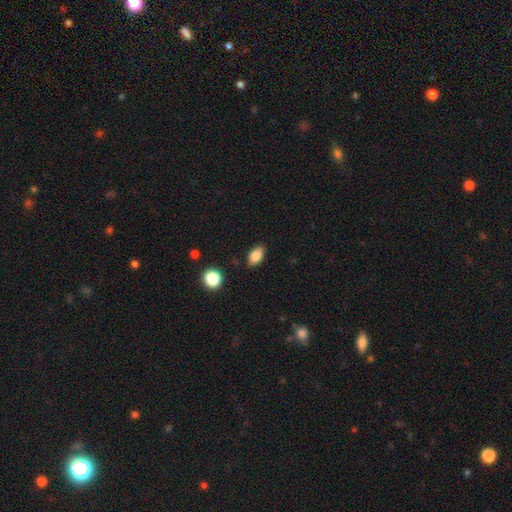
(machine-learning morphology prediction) smooth-or-featured: smooth: 82% | featured or disk: 9% | star or artifact: 9%
  how-rounded: in between: 88% | round: 8% | cigar-shaped: 4%
  merging: none: 86% | minor disturbance: 10% | major disturbance: 2% | merger: 2%